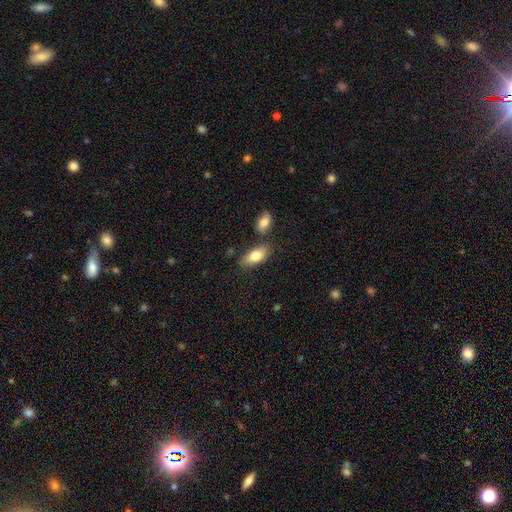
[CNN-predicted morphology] smooth 78%, featured or disk 16%, star or artifact 6%. Down the decision tree: how rounded — in between (88%); merging — none (71%).